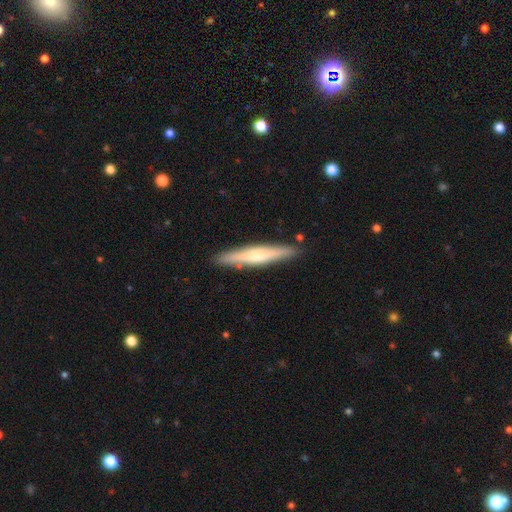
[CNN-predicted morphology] type=featured or disk (53%); edge-on=yes (93%); merging=none (90%).